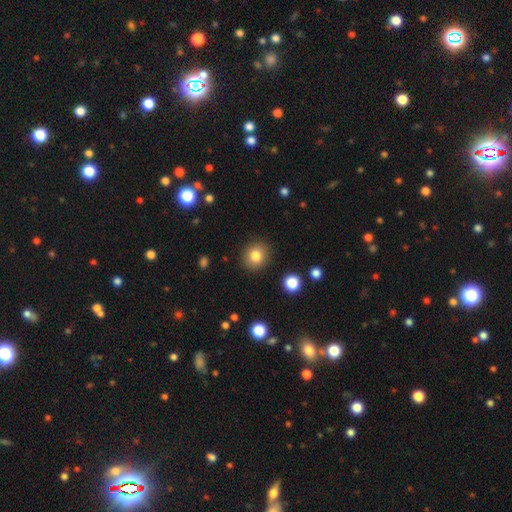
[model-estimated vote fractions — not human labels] A smooth galaxy with no disk features (81%) that is round (78%). Merging: none (89%).